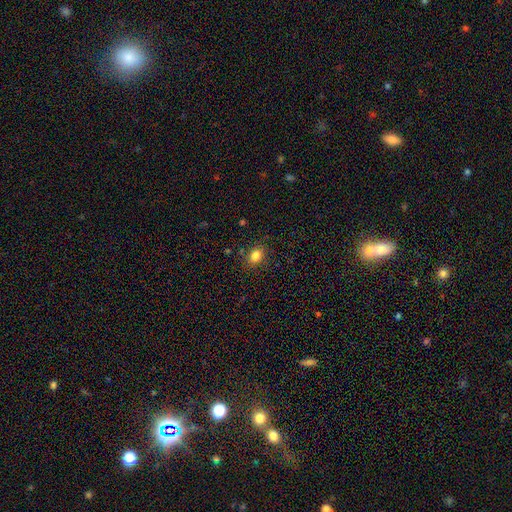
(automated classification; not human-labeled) Smooth or featured? smooth (83%)
How rounded? in between (61%)
Merging? none (85%)